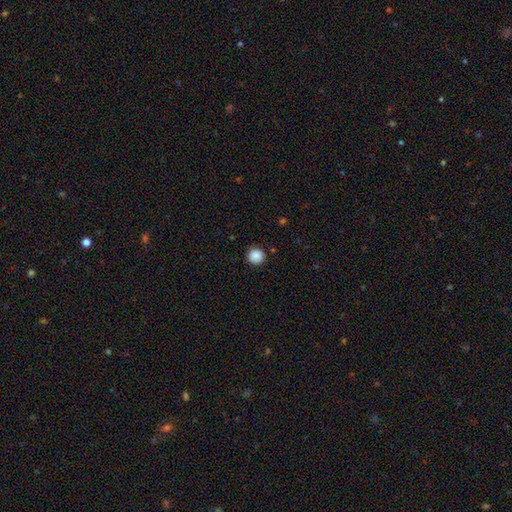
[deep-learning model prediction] smooth-or-featured: smooth: 88% | star or artifact: 9% | featured or disk: 3%
  how-rounded: round: 95% | in between: 4% | cigar-shaped: 1%
  merging: none: 90% | minor disturbance: 7% | major disturbance: 2% | merger: 1%